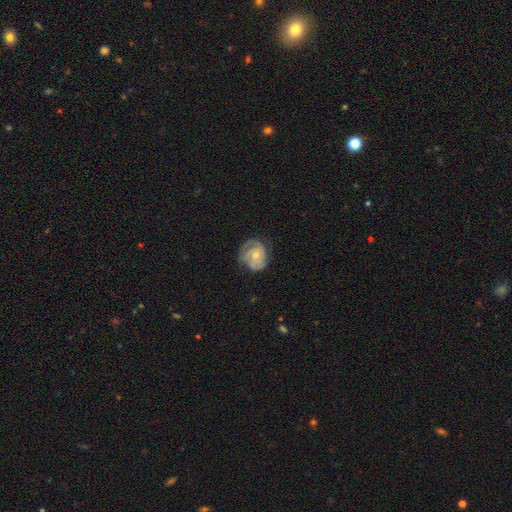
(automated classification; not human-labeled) Q: Smooth or featured?
A: featured or disk (73%); runner-up: smooth (21%)
Q: Edge-on disk?
A: no (98%); runner-up: yes (2%)
Q: Bar?
A: no (72%); runner-up: weak (24%)
Q: Spiral arms?
A: yes (92%); runner-up: no (8%)
Q: Spiral winding?
A: tight (62%); runner-up: medium (30%)
Q: Spiral arm count?
A: 2 (42%); runner-up: can't tell (24%)
Q: Bulge size?
A: small (50%); runner-up: moderate (46%)
Q: Merging?
A: none (62%); runner-up: minor disturbance (26%)